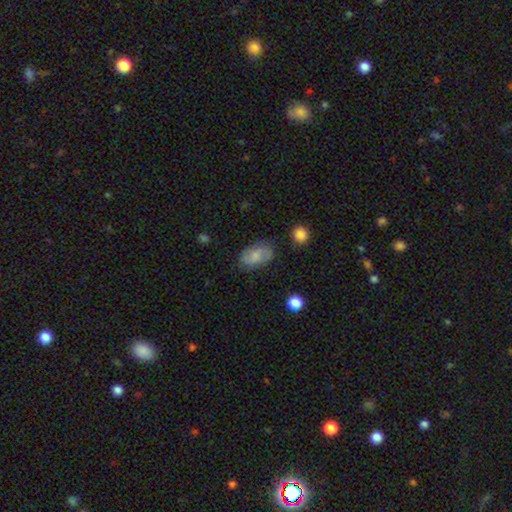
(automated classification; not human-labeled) Morphology: type=smooth (59%); roundness=in between (89%); merging=none (73%).